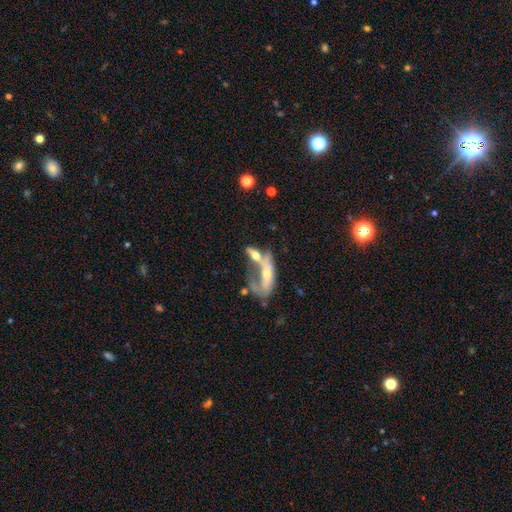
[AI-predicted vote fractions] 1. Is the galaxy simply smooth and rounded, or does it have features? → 53% featured or disk, 34% smooth, 13% star or artifact.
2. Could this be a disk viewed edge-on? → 63% no, 37% yes.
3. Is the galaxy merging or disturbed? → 54% merger, 23% none, 12% major disturbance, 11% minor disturbance.